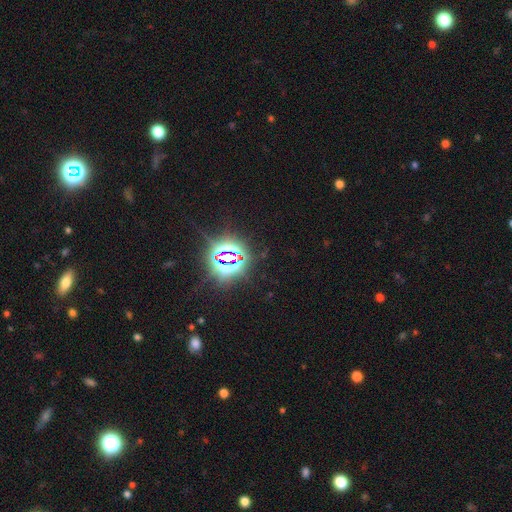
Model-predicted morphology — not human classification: Overall: star or artifact (83%).